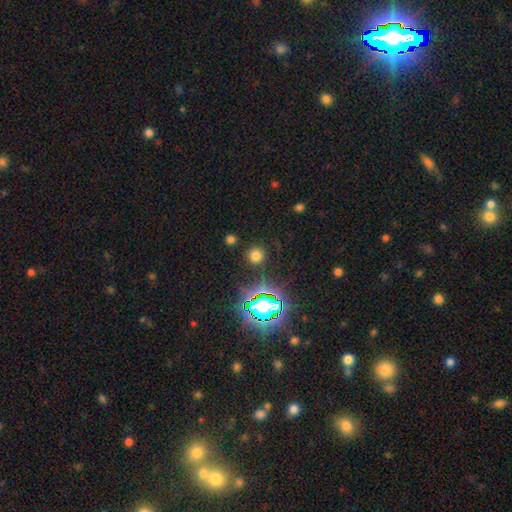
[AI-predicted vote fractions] Smooth or featured? Predicted: smooth (p=0.66). How rounded? Predicted: round (p=0.92). Merging? Predicted: none (p=0.87).